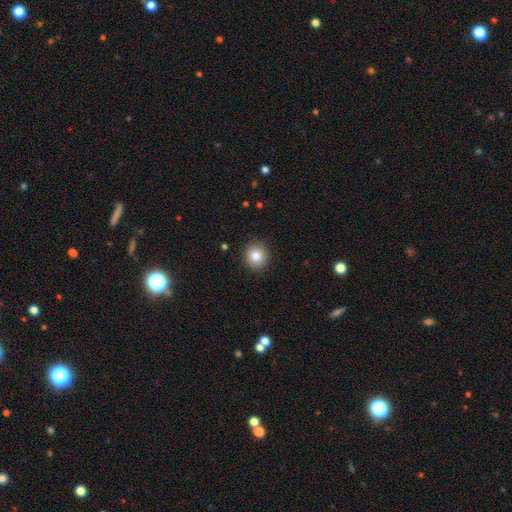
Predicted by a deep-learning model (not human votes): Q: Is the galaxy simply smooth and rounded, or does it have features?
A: smooth — 82%.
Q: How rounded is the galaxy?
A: round — 89%.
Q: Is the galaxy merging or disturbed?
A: none — 90%.